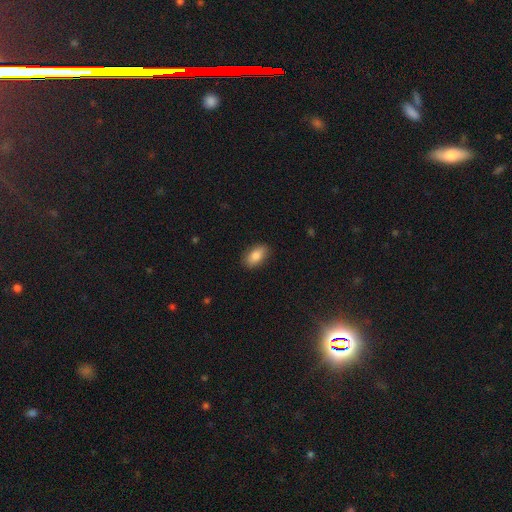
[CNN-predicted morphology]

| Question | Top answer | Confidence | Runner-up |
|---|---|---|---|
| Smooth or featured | smooth | 85% | featured or disk (8%) |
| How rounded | in between | 91% | round (5%) |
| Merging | none | 88% | minor disturbance (9%) |